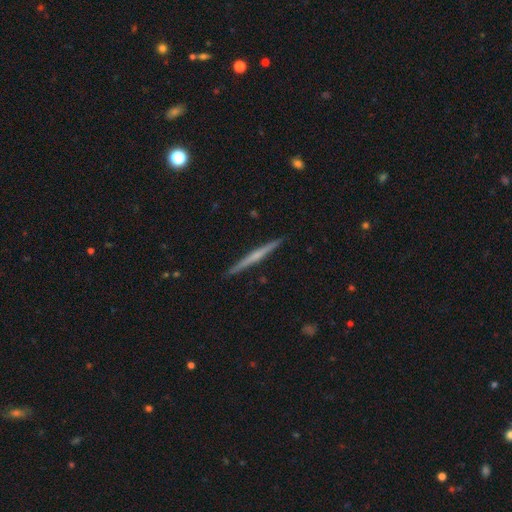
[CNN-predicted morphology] smooth-or-featured: featured or disk: 65% | smooth: 30% | star or artifact: 5%
  disk-edge-on: yes: 98% | no: 2%
    edge-on-bulge: none: 53% | rounded: 38% | boxy: 9%
  merging: none: 92% | minor disturbance: 5% | major disturbance: 1% | merger: 1%